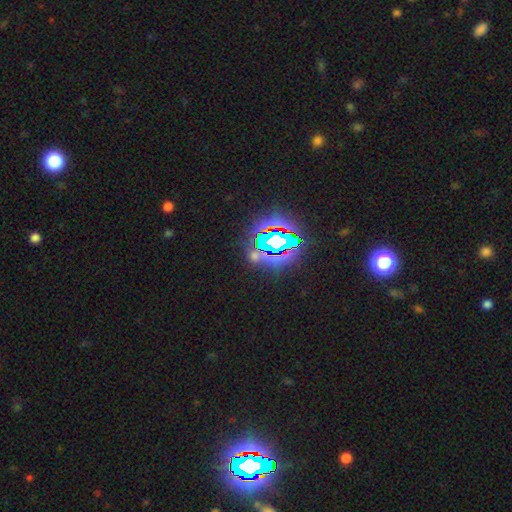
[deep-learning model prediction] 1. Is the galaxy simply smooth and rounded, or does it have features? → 74% star or artifact, 16% smooth, 11% featured or disk.